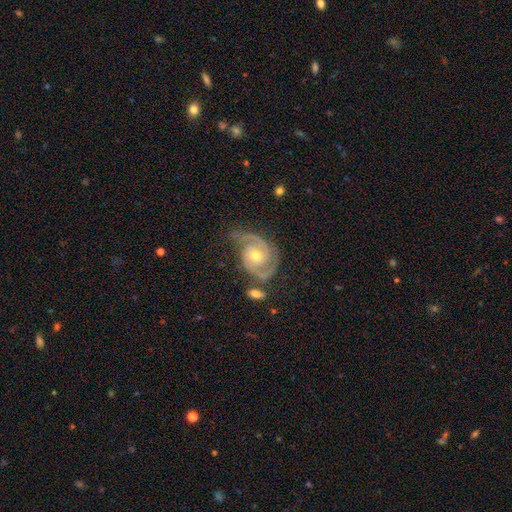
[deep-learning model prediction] Smooth or featured?
  - featured or disk: 91% *
  - star or artifact: 5%
  - smooth: 4%
Edge-on disk?
  - no: 98% *
  - yes: 2%
Bar?
  - no: 68% *
  - weak: 24%
  - strong: 8%
Spiral arms?
  - yes: 98% *
  - no: 2%
Spiral winding?
  - tight: 53% *
  - medium: 40%
  - loose: 7%
Spiral arm count?
  - 2: 85% *
  - 3: 6%
  - can't tell: 4%
  - 1: 3%
  - 4: 1%
  - more than 4: 1%
Bulge size?
  - moderate: 59% *
  - small: 38%
  - large: 2%
  - none: 1%
  - dominant: 1%
Merging?
  - none: 60% *
  - minor disturbance: 22%
  - major disturbance: 10%
  - merger: 7%